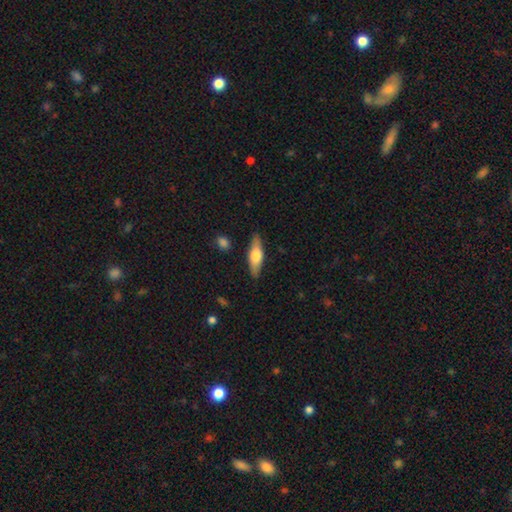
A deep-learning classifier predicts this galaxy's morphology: smooth 56%, featured or disk 38%, star or artifact 6%. Down the decision tree: how rounded — cigar-shaped (49%, tied with in between); merging — none (85%).